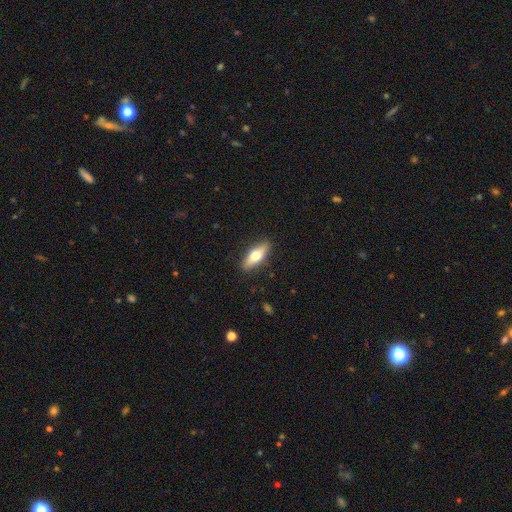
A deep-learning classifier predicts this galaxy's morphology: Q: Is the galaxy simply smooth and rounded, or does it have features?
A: smooth — 60%.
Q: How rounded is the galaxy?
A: in between — 59%.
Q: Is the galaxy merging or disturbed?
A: none — 88%.